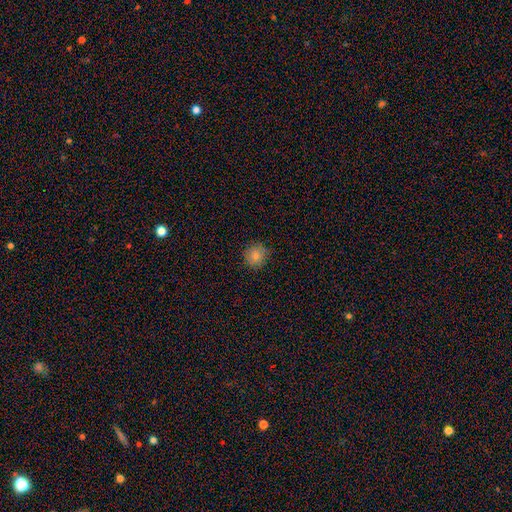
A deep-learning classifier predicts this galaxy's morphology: smooth-or-featured: smooth: 83% | star or artifact: 11% | featured or disk: 6%
  how-rounded: round: 91% | in between: 8% | cigar-shaped: 1%
  merging: none: 87% | minor disturbance: 9% | major disturbance: 2% | merger: 1%